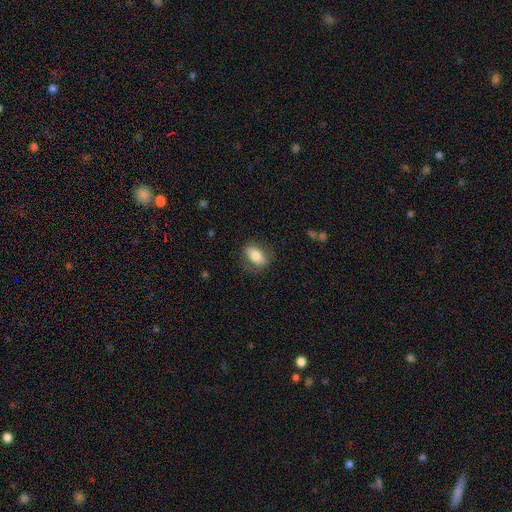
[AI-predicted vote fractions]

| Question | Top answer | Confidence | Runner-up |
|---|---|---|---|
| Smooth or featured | smooth | 76% | featured or disk (16%) |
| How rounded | in between | 84% | round (11%) |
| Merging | none | 79% | minor disturbance (15%) |